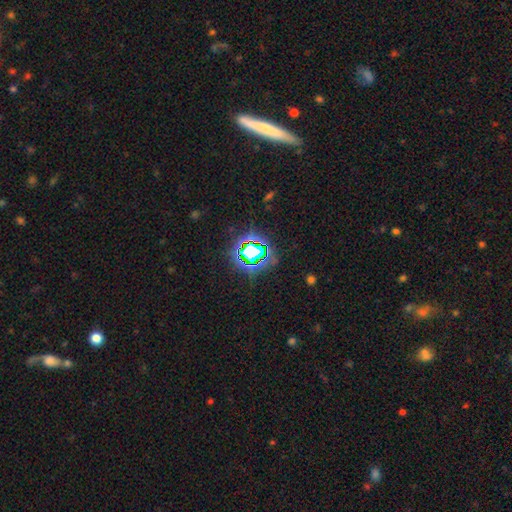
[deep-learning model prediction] Overall: star or artifact (77%).